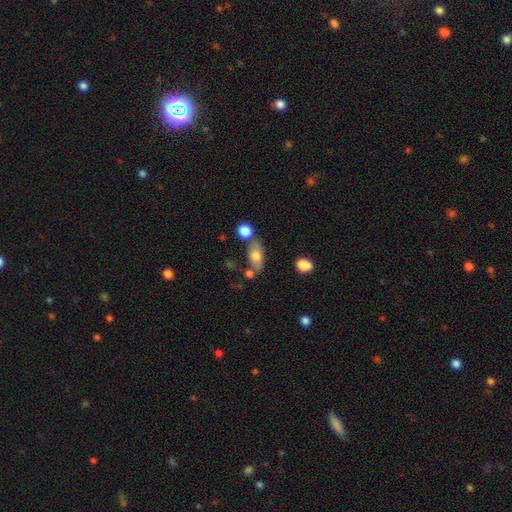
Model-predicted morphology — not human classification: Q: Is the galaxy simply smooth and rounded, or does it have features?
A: smooth — 70%.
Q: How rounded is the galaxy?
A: in between — 82%.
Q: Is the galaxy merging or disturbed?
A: none — 62%.